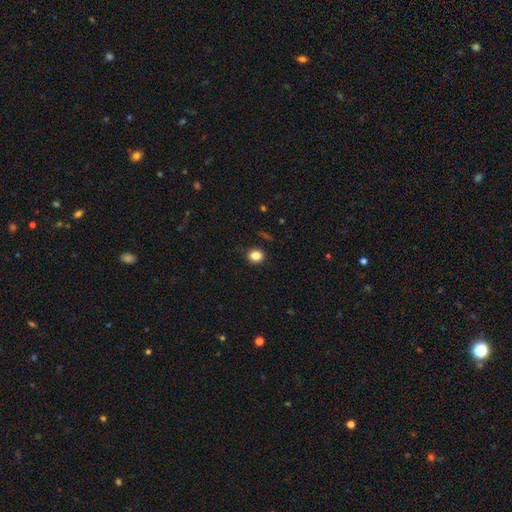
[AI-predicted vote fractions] smooth-or-featured: smooth: 85% | star or artifact: 11% | featured or disk: 4%
  how-rounded: round: 77% | in between: 22% | cigar-shaped: 1%
  merging: none: 88% | minor disturbance: 9% | major disturbance: 2% | merger: 1%